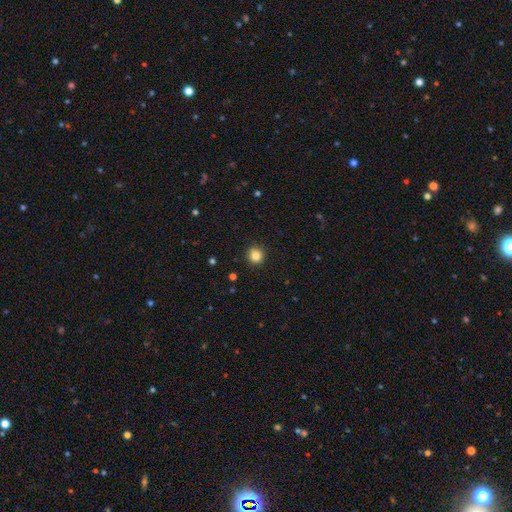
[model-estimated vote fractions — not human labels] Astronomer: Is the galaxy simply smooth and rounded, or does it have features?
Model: smooth — 84%.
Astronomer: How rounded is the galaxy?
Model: round — 88%.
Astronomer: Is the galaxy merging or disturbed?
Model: none — 90%.